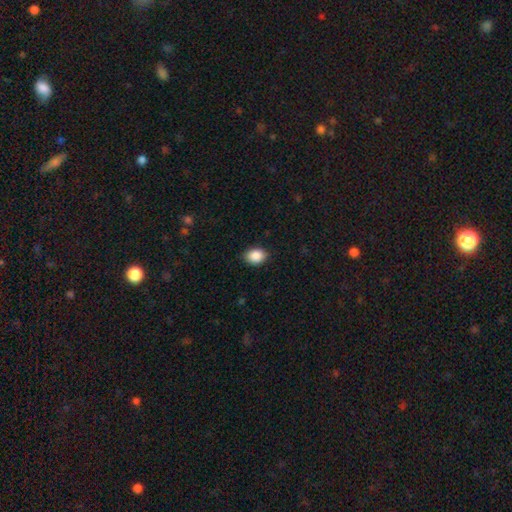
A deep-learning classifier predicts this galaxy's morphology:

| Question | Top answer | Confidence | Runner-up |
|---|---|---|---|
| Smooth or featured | smooth | 89% | star or artifact (8%) |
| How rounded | in between | 66% | round (33%) |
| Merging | none | 87% | minor disturbance (10%) |